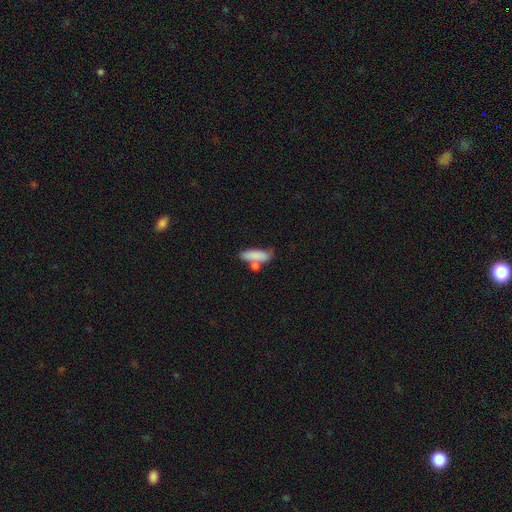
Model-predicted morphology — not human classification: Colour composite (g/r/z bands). It shows a smooth galaxy with no disk features (80%) that is in between round and cigar-shaped (54%). Merging: none (45%).